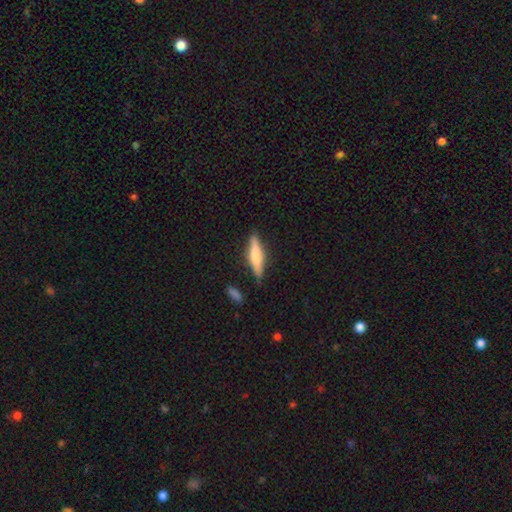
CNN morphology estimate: smooth-or-featured: smooth: 56% | featured or disk: 37% | star or artifact: 6%
  how-rounded: cigar-shaped: 80% | in between: 18% | round: 2%
  merging: none: 83% | minor disturbance: 12% | major disturbance: 3% | merger: 2%